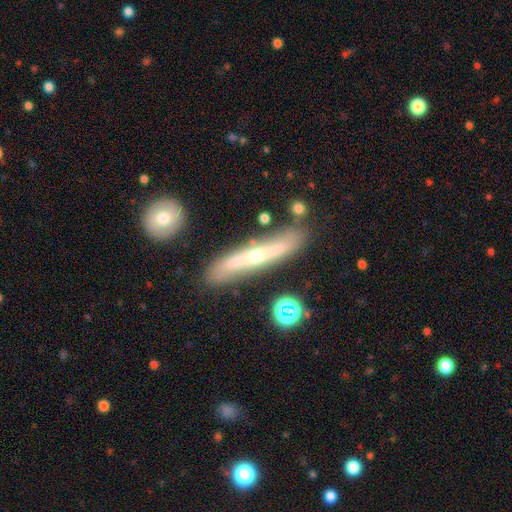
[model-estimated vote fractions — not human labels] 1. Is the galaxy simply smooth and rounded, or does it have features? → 58% featured or disk, 34% smooth, 8% star or artifact.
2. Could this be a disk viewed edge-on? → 77% yes, 23% no.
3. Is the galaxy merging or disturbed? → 79% none, 13% minor disturbance, 5% merger, 3% major disturbance.